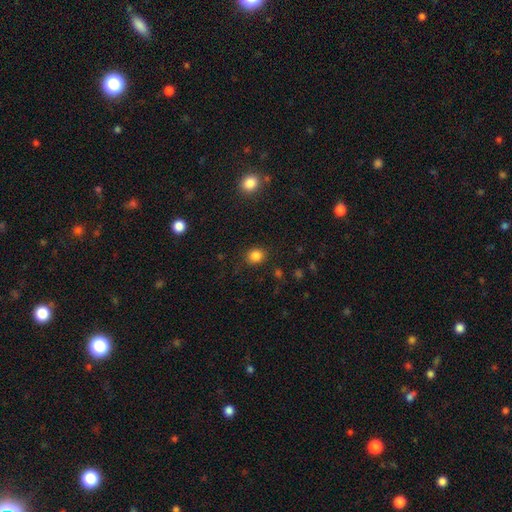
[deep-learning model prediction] A smooth galaxy with no disk features (84%) that is round (75%). Merging: none (86%).